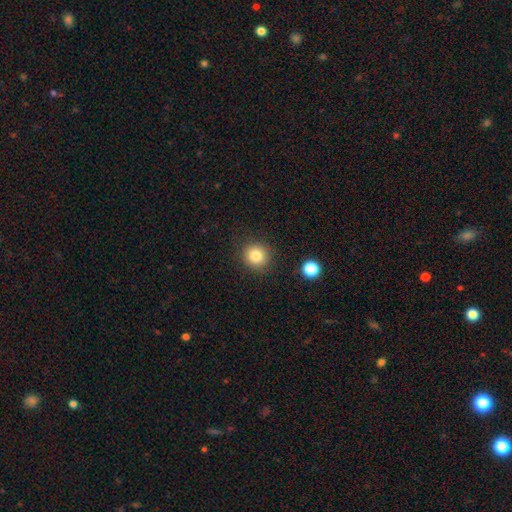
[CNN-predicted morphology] A smooth galaxy with no disk features (82%) that is round (90%).

Vote fractions:
- Smooth or featured? smooth: 82% / star or artifact: 11% / featured or disk: 7%
- How rounded? round: 90% / in between: 10% / cigar-shaped: 1%
- Merging? none: 88% / minor disturbance: 7% / major disturbance: 3% / merger: 2%